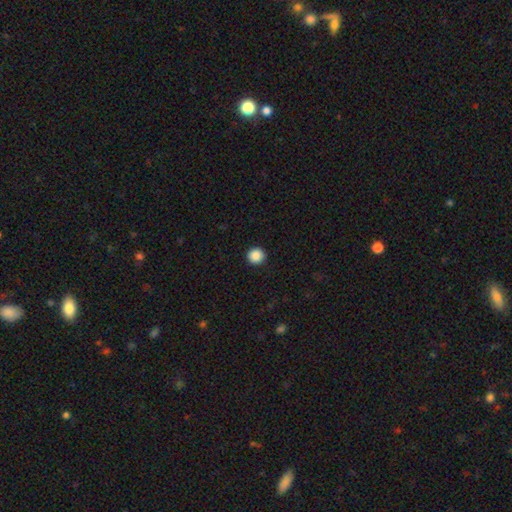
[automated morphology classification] smooth-or-featured: smooth: 88% | star or artifact: 9% | featured or disk: 3%
  how-rounded: round: 95% | in between: 4% | cigar-shaped: 1%
  merging: none: 93% | minor disturbance: 4% | major disturbance: 2% | merger: 1%